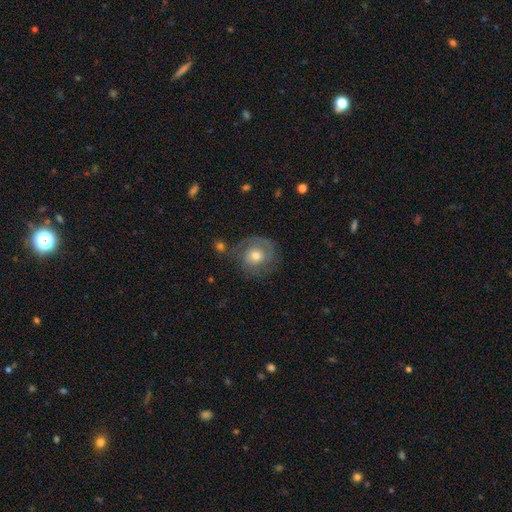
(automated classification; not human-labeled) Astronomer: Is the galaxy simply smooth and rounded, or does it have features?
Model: featured or disk — 62%.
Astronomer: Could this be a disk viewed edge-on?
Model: no — 97%.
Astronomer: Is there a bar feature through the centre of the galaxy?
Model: no — 79%.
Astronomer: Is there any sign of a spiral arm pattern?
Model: yes — 80%.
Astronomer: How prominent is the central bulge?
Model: moderate — 67%.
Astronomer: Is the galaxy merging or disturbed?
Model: none — 65%.